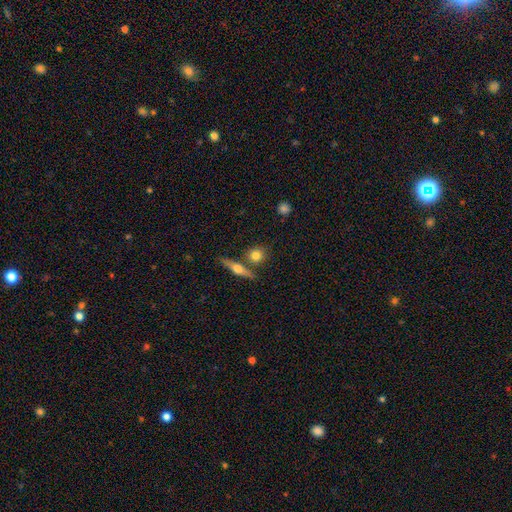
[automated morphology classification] smooth-or-featured: smooth: 73% | featured or disk: 19% | star or artifact: 8%
  how-rounded: round: 76% | in between: 17% | cigar-shaped: 7%
  merging: none: 71% | merger: 17% | minor disturbance: 9% | major disturbance: 3%